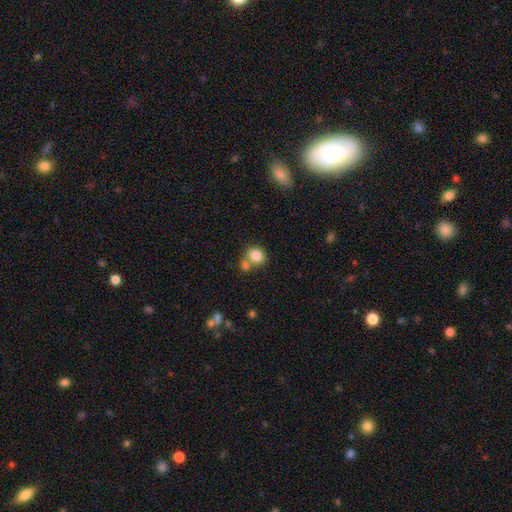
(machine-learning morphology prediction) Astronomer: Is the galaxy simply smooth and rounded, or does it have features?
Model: smooth — 84%.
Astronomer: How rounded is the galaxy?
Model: round — 71%.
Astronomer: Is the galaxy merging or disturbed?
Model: none — 52% (runner-up: merger, 33%).